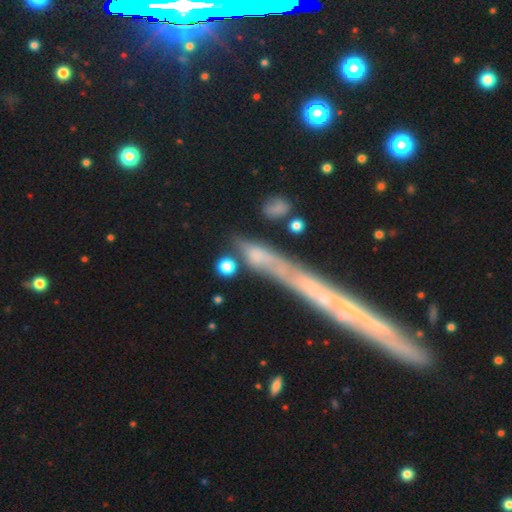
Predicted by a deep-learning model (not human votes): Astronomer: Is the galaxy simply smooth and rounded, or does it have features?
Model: smooth — 56% (runner-up: featured or disk, 31%).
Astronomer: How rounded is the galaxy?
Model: cigar-shaped — 51% (runner-up: in between, 33%).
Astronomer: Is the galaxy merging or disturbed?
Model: none — 52%.